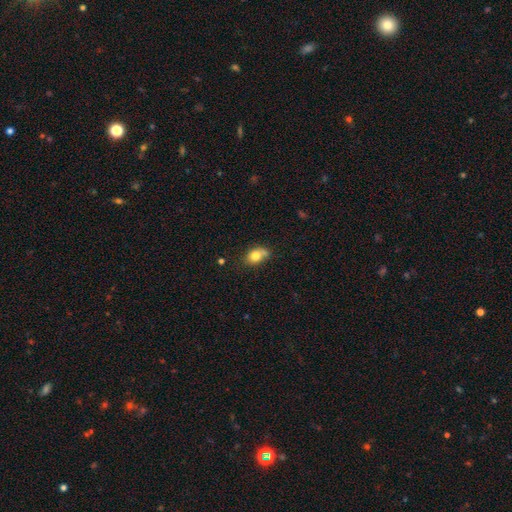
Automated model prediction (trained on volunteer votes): Smooth or featured?
  - smooth: 77% *
  - featured or disk: 14%
  - star or artifact: 9%
How rounded?
  - in between: 72% *
  - round: 26%
  - cigar-shaped: 2%
Merging?
  - none: 52% *
  - minor disturbance: 30%
  - major disturbance: 9%
  - merger: 9%